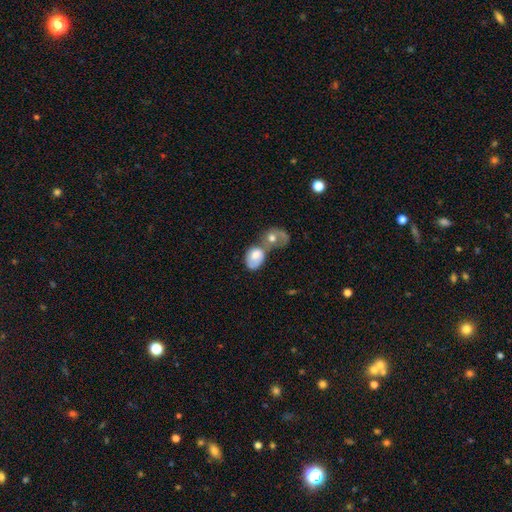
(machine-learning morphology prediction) Smooth or featured?
  - smooth: 63% *
  - featured or disk: 31%
  - star or artifact: 7%
How rounded?
  - in between: 68% *
  - round: 31%
  - cigar-shaped: 2%
Merging?
  - merger: 72% *
  - none: 12%
  - major disturbance: 9%
  - minor disturbance: 7%